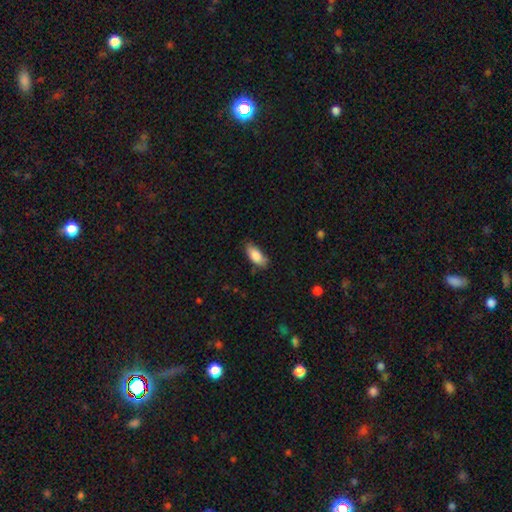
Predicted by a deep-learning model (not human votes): A smooth galaxy with no disk features (84%) that is in between round and cigar-shaped (85%). Merging: none (74%).